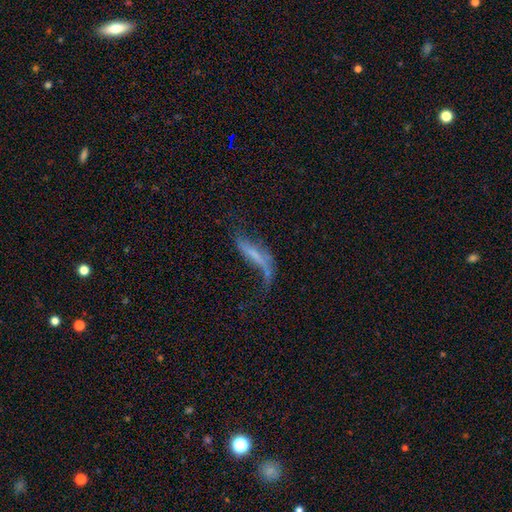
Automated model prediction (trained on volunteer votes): smooth-or-featured: featured or disk: 57% | smooth: 32% | star or artifact: 11%
  disk-edge-on: no: 68% | yes: 32%
  merging: major disturbance: 44% | none: 28% | minor disturbance: 21% | merger: 7%